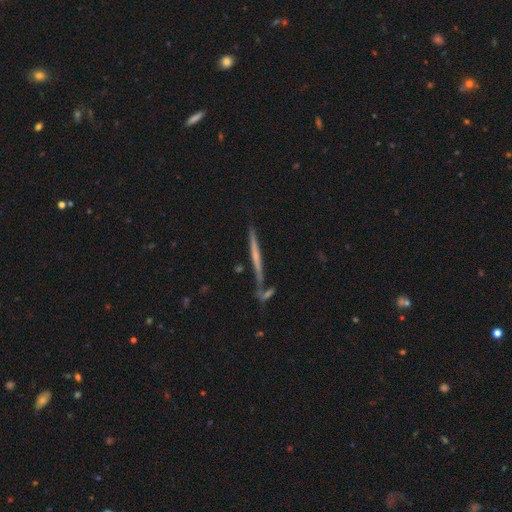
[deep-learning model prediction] The model was most divided on "smooth or featured": featured or disk: 58%, smooth: 34%, star or artifact: 8%. More confident: edge-on disk — yes (95%); edge-on bulge — none (74%); merging — none (73%).